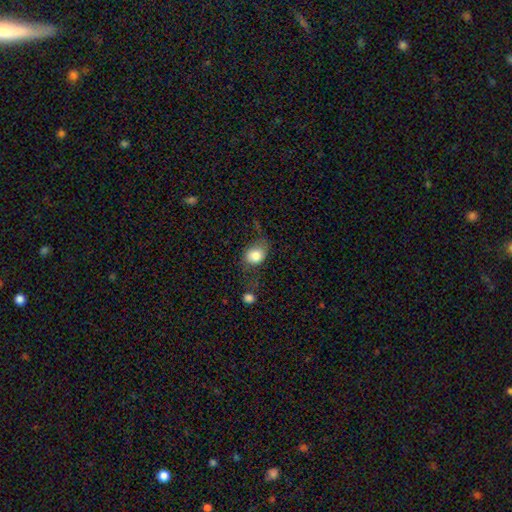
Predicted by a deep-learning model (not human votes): Smooth or featured? Predicted: smooth (p=0.78). How rounded? Predicted: in between (p=0.53). Merging? Predicted: none (p=0.49).